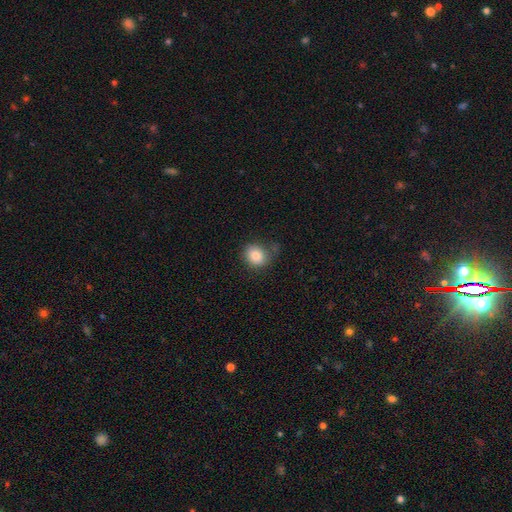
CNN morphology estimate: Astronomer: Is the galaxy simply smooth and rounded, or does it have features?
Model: smooth — 82%.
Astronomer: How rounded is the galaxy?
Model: round — 73%.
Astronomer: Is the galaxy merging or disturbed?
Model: none — 70%.